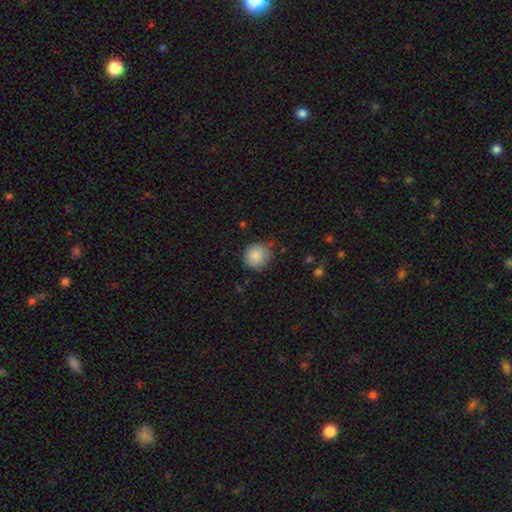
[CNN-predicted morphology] Smooth or featured? Predicted: smooth (p=0.87). How rounded? Predicted: round (p=0.91). Merging? Predicted: none (p=0.72).